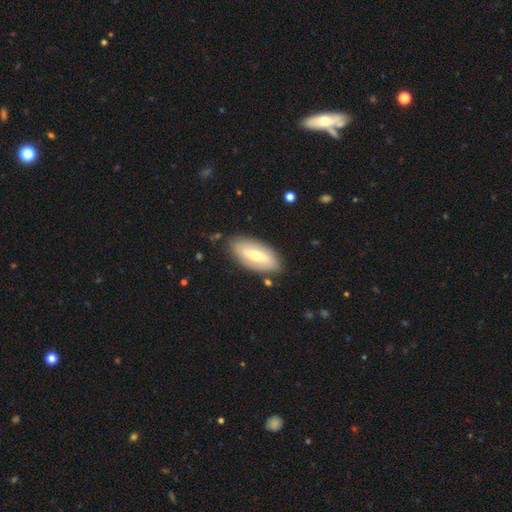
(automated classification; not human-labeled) Q: Smooth or featured?
A: featured or disk (58%); runner-up: smooth (37%)
Q: Edge-on disk?
A: no (85%); runner-up: yes (15%)
Q: Merging?
A: none (84%); runner-up: minor disturbance (11%)